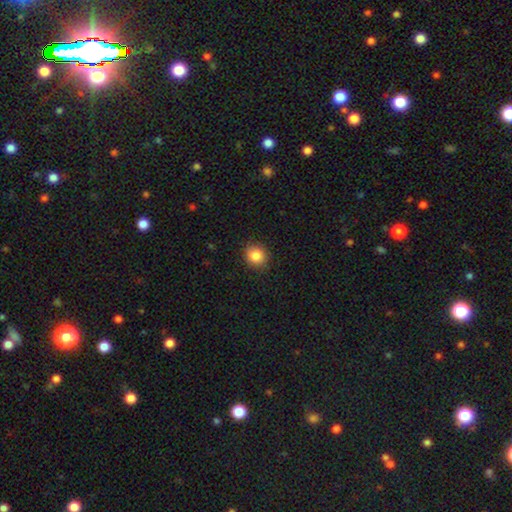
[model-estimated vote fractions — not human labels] smooth 85%, star or artifact 10%, featured or disk 5%. Down the decision tree: how rounded — round (82%); merging — none (88%).